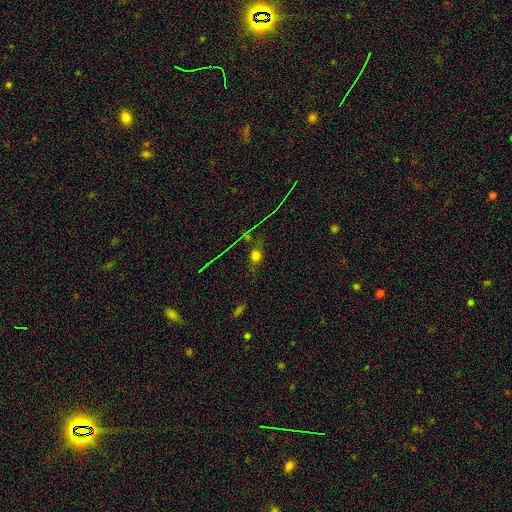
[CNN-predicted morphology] This is possibly a smooth galaxy (52%). How rounded: possibly in between (48%). Merging: likely none (66%).